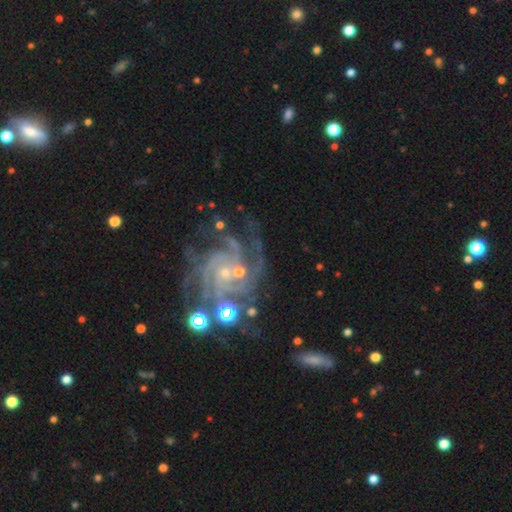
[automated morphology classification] Smooth or featured? Predicted: featured or disk (p=0.87). Edge-on disk? Predicted: no (p=0.98). Bar? Predicted: no (p=0.58). Spiral arms? Predicted: yes (p=0.98). Spiral winding? Predicted: tight (p=0.59). Spiral arm count? Predicted: 4 (p=0.23). Bulge size? Predicted: small (p=0.77). Merging? Predicted: none (p=0.60).